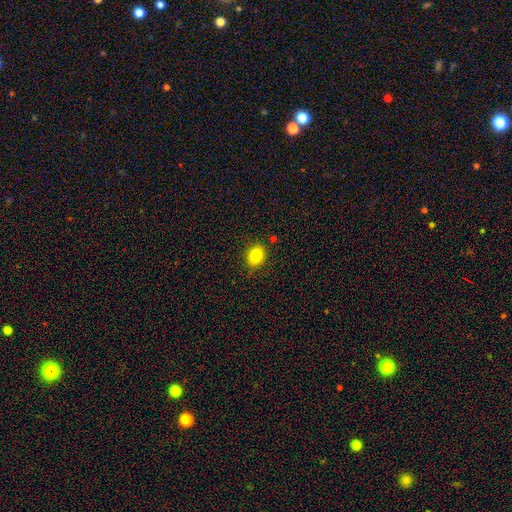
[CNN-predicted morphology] Smooth or featured? smooth (84%)
How rounded? in between (61%)
Merging? none (85%)